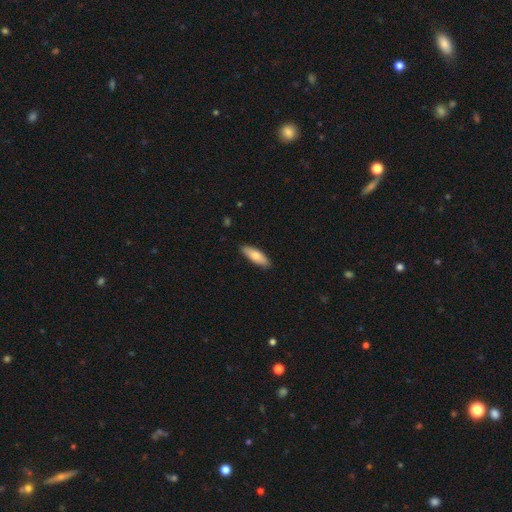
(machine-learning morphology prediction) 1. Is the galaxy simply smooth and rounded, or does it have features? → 76% smooth, 18% featured or disk, 5% star or artifact.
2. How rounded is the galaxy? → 55% in between, 43% cigar-shaped, 2% round.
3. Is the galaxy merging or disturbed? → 89% none, 8% minor disturbance, 2% major disturbance, 1% merger.